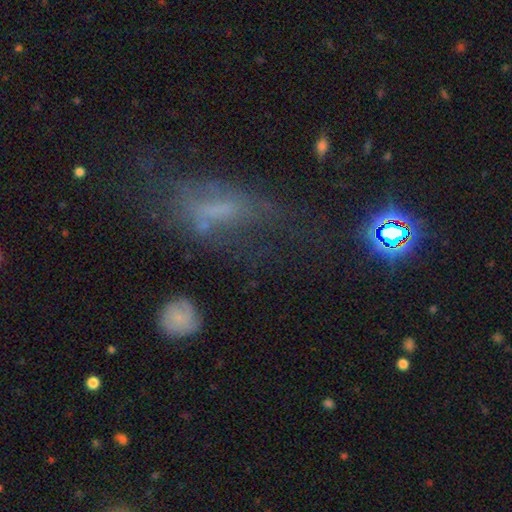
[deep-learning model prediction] Smooth or featured?
  - smooth: 38% *
  - featured or disk: 37%
  - star or artifact: 26%
Merging?
  - none: 40% *
  - major disturbance: 33%
  - minor disturbance: 21%
  - merger: 6%